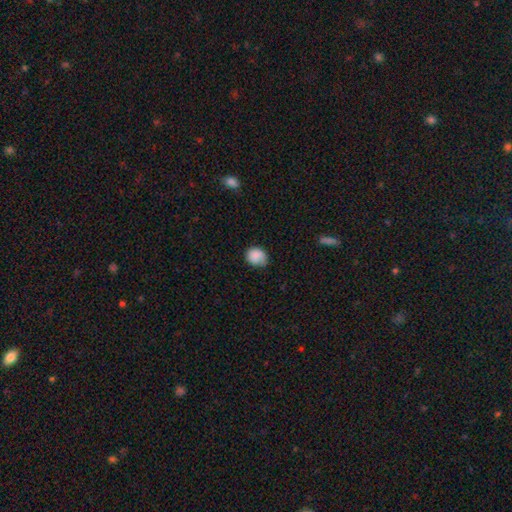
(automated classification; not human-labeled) A smooth galaxy with no disk features (86%) that is round (63%). Merging: none (62%).